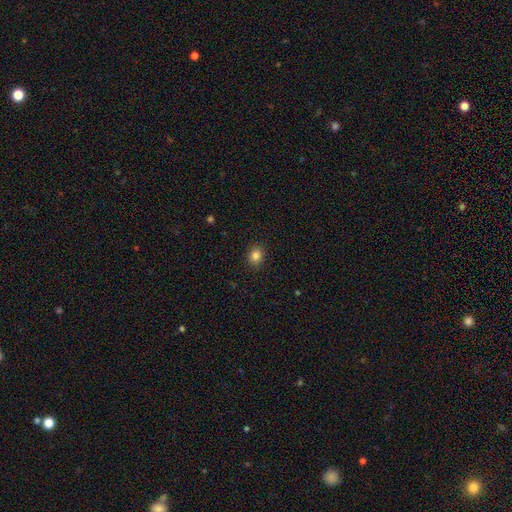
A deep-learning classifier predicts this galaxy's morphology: The model was most divided on "how rounded": round: 63%, in between: 36%, cigar-shaped: 1%. More confident: merging — none (90%); smooth or featured — smooth (84%).